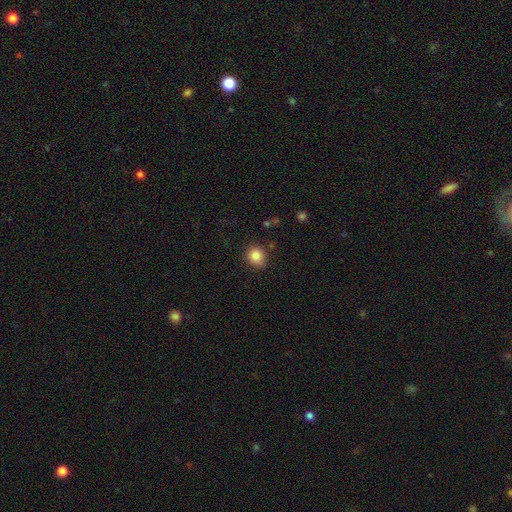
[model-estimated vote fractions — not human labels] Morphology: type=smooth (85%); roundness=round (75%); merging=none (78%).